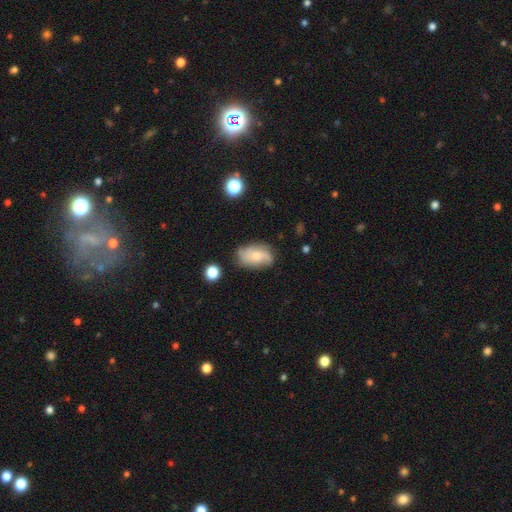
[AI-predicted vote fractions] Overall: featured or disk (56%; smooth 36%). Edge-on disk: no (95%). Bar: no (74%). Spiral arms: yes (87%). Bulge size: small (46%; moderate 45%). Merging: none (67%).